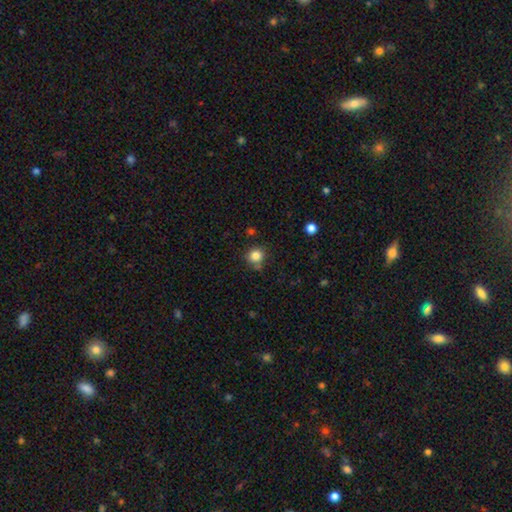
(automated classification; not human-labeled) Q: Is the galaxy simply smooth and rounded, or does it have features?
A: smooth — 83%.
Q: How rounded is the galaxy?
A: round — 88%.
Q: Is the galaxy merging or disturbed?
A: none — 75%.